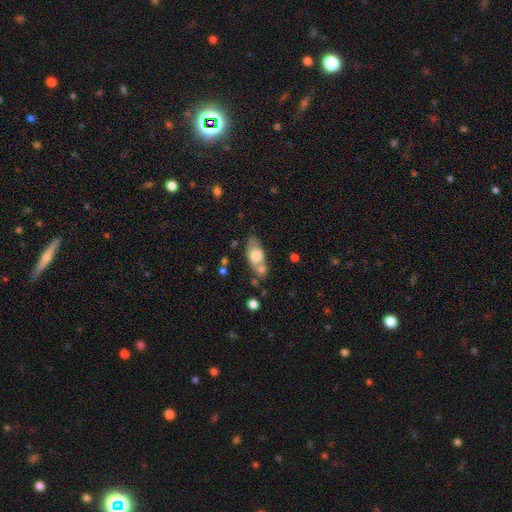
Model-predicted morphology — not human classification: Smooth or featured? Predicted: smooth (p=0.69). How rounded? Predicted: in between (p=0.80). Merging? Predicted: none (p=0.48).